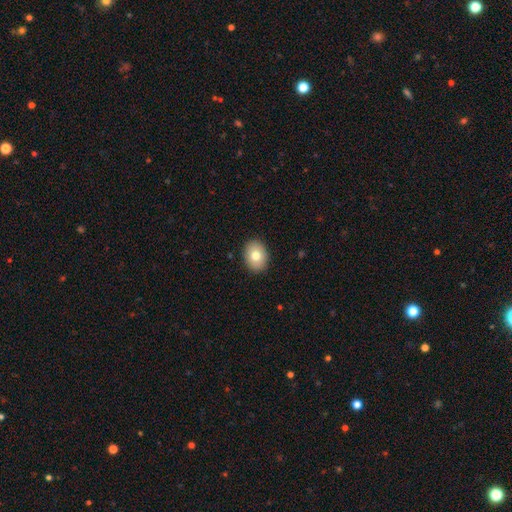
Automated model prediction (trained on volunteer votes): Smooth or featured: smooth — 77% (featured or disk — 14%)
How rounded: in between — 62% (round — 37%)
Merging: none — 90% (minor disturbance — 7%)